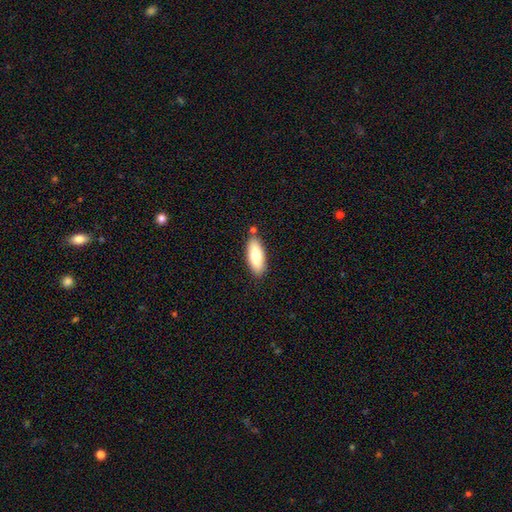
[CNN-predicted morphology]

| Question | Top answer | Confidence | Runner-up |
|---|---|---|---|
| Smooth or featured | smooth | 75% | featured or disk (19%) |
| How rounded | in between | 75% | cigar-shaped (23%) |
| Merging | none | 83% | minor disturbance (11%) |